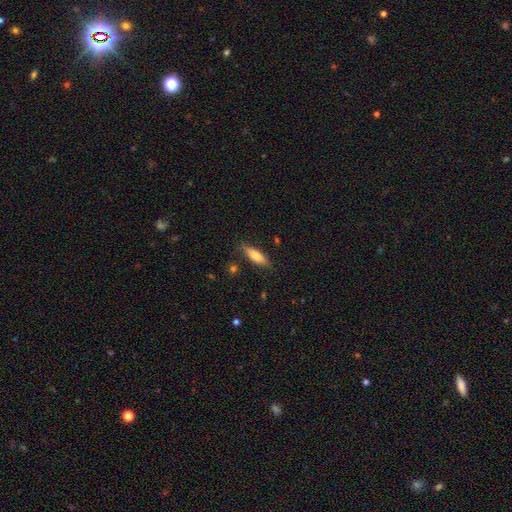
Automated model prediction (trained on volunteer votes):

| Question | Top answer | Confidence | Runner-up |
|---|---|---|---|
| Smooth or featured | smooth | 73% | featured or disk (20%) |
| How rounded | cigar-shaped | 56% | in between (42%) |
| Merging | none | 81% | minor disturbance (14%) |